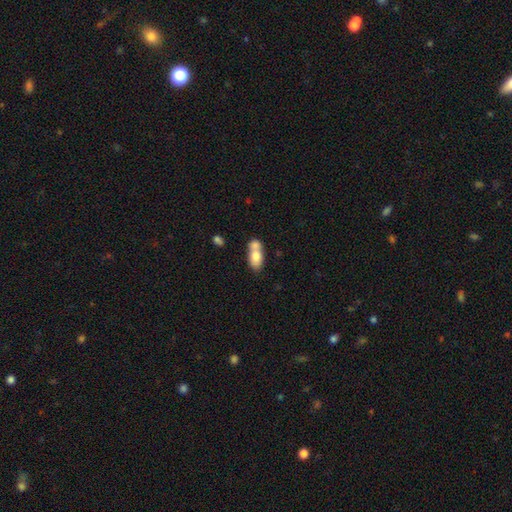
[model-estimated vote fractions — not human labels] Smooth or featured? Predicted: smooth (p=0.74). How rounded? Predicted: in between (p=0.85). Merging? Predicted: merger (p=0.57).